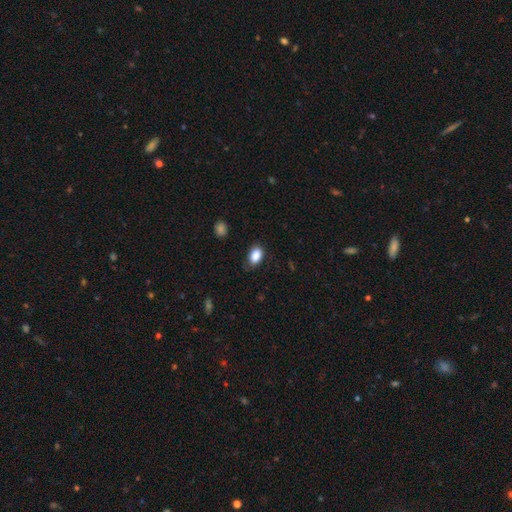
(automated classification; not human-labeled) Smooth or featured: smooth — 88% (star or artifact — 8%)
How rounded: in between — 88% (round — 10%)
Merging: none — 77% (minor disturbance — 18%)